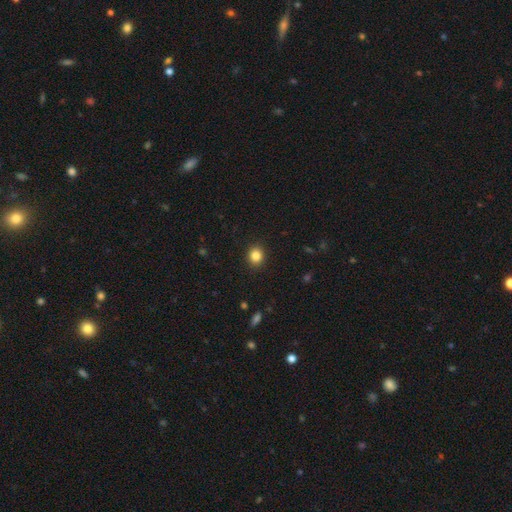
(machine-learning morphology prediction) Smooth or featured? smooth (84%)
How rounded? round (79%)
Merging? none (91%)